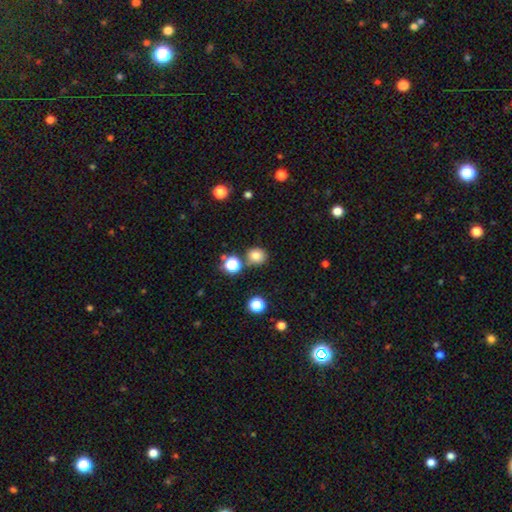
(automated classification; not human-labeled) Morphology: type=smooth (78%); roundness=round (83%); merging=none (79%).